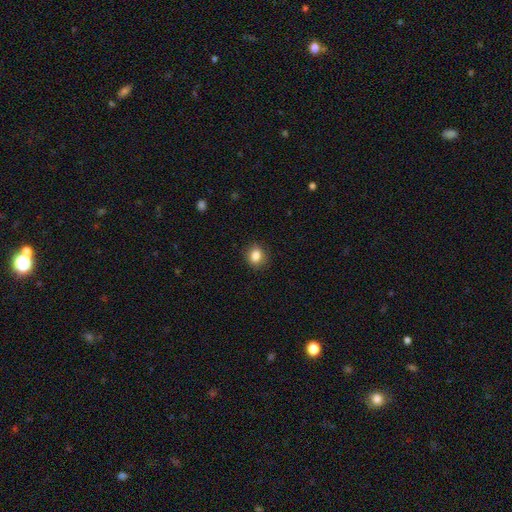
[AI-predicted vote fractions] smooth_or_featured: smooth (p=0.85) [alt: star or artifact p=0.10]
how_rounded: round (p=0.58) [alt: in between p=0.41]
merging: none (p=0.87) [alt: minor disturbance p=0.10]